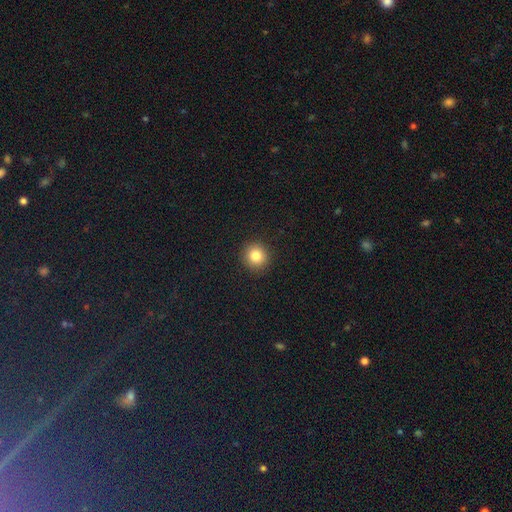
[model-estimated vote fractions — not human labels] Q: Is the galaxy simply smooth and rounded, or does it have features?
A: smooth — 83%.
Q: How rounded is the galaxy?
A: round — 92%.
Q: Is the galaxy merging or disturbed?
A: none — 92%.